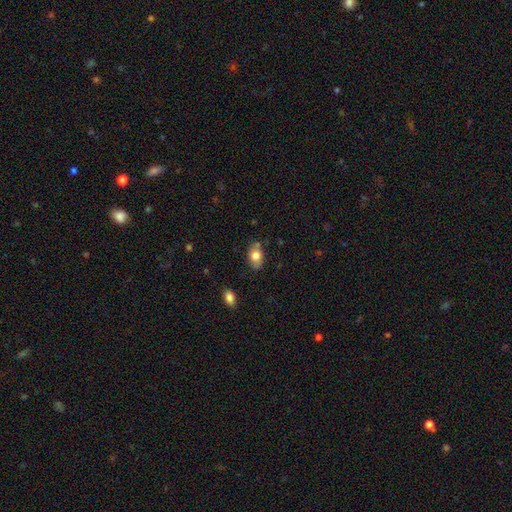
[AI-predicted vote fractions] Smooth or featured? Predicted: smooth (p=0.76). How rounded? Predicted: in between (p=0.82). Merging? Predicted: none (p=0.73).